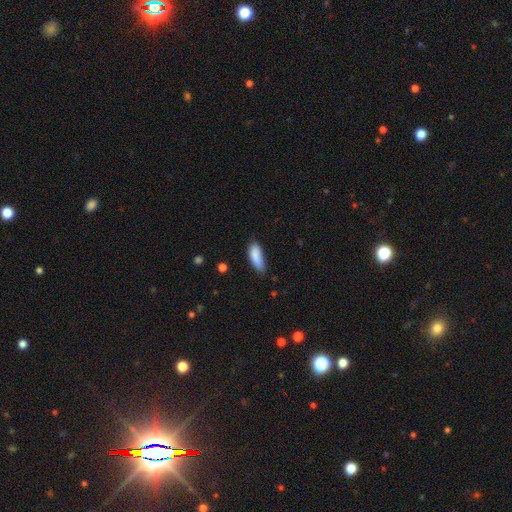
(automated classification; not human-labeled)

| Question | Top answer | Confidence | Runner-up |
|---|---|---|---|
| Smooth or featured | smooth | 88% | star or artifact (7%) |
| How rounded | in between | 65% | cigar-shaped (33%) |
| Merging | none | 67% | minor disturbance (27%) |